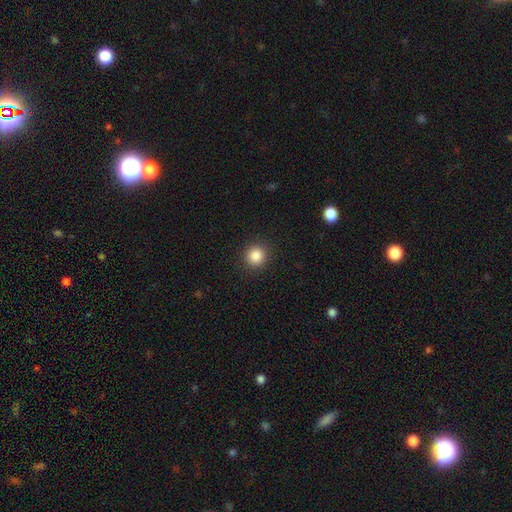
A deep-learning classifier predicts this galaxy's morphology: This appears to be a smooth galaxy with no disk features (86%) that is round (92%). Merging: none (91%).